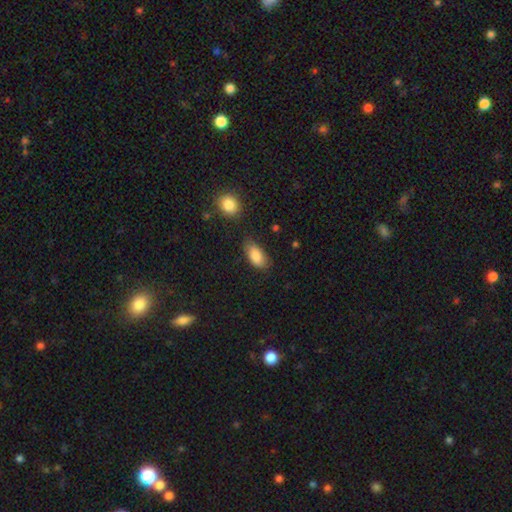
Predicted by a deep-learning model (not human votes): smooth-or-featured: smooth: 86% | star or artifact: 7% | featured or disk: 6%
  how-rounded: in between: 92% | cigar-shaped: 4% | round: 4%
  merging: none: 67% | minor disturbance: 24% | major disturbance: 5% | merger: 4%